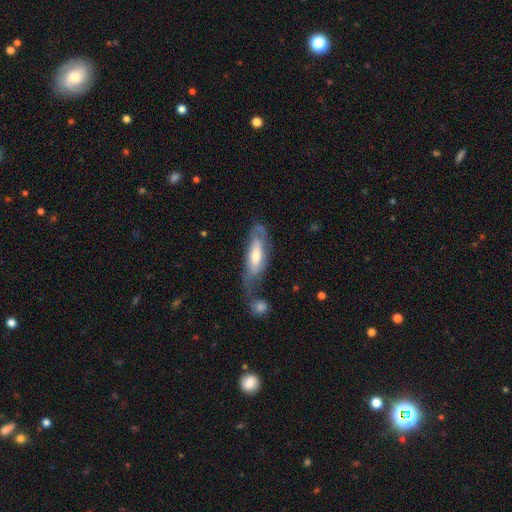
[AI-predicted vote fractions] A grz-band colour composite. It shows a featured or disk galaxy (61%). Merging: none (39%).